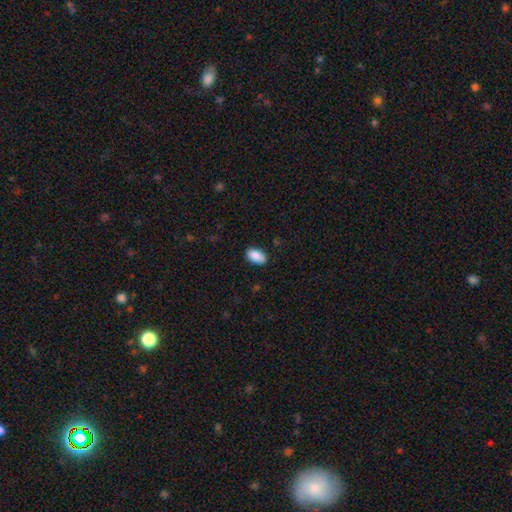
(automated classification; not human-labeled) This appears to be a smooth galaxy with no disk features (88%) that is in between round and cigar-shaped (94%). Merging: none (85%).